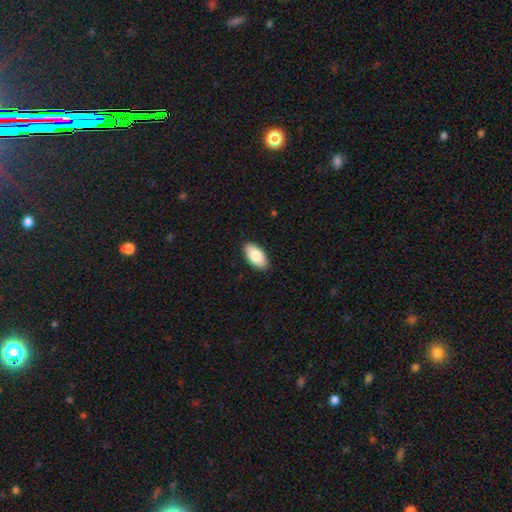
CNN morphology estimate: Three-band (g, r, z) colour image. It shows a smooth galaxy with no disk features (82%) that is in between round and cigar-shaped (94%). Merging: none (90%).